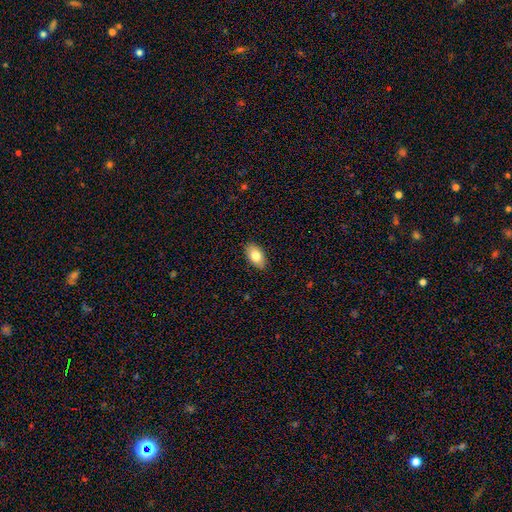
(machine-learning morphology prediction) type=smooth (81%); roundness=in between (93%); merging=none (89%).